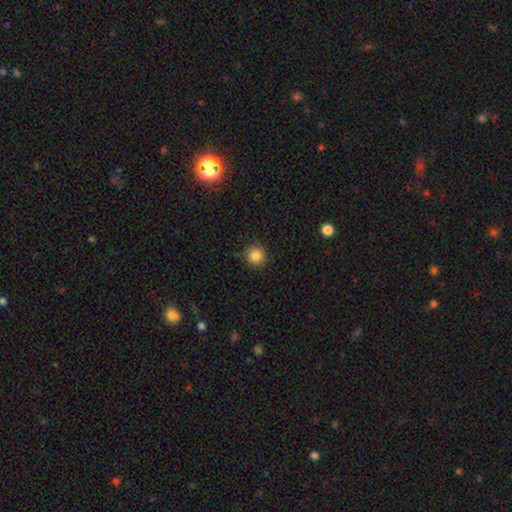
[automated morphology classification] This is clearly a smooth galaxy (85%). How rounded: clearly round (94%). Merging: clearly none (88%).